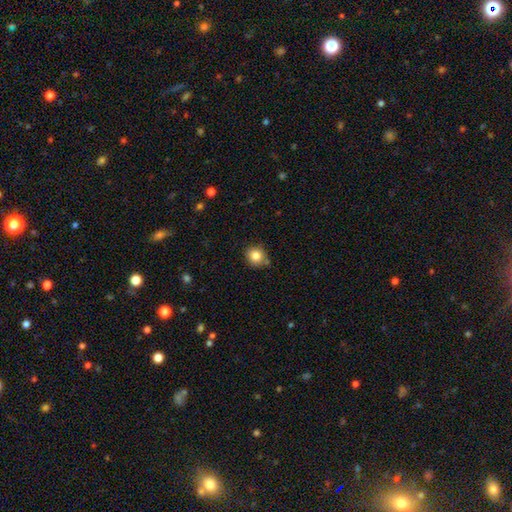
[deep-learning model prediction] A smooth galaxy with no disk features (84%) that is round (85%). Merging: none (78%).